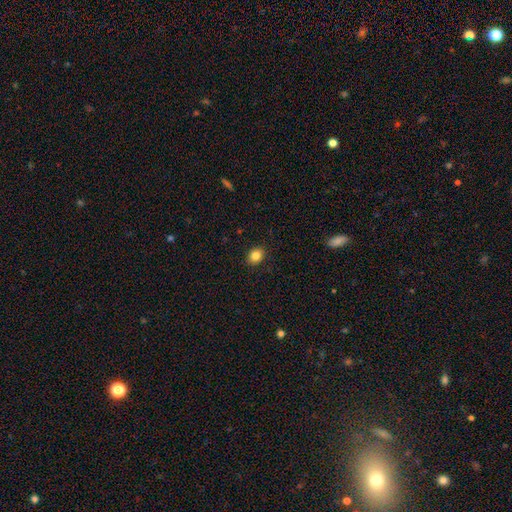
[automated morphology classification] smooth 85%, star or artifact 10%, featured or disk 5%. Down the decision tree: how rounded — in between (54%); merging — none (90%).